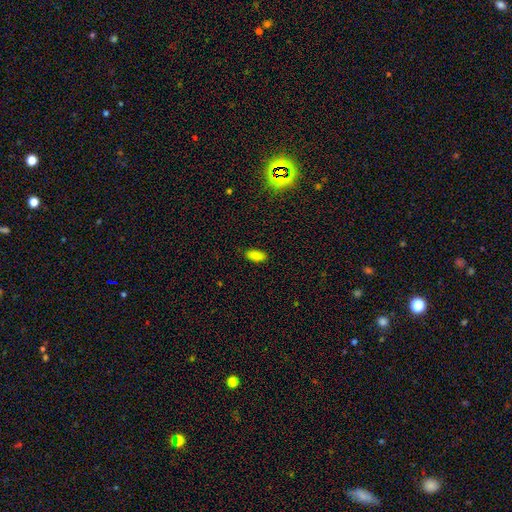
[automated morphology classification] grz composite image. It shows a smooth galaxy with no disk features (85%) that is in between round and cigar-shaped (90%). Merging: none (87%).